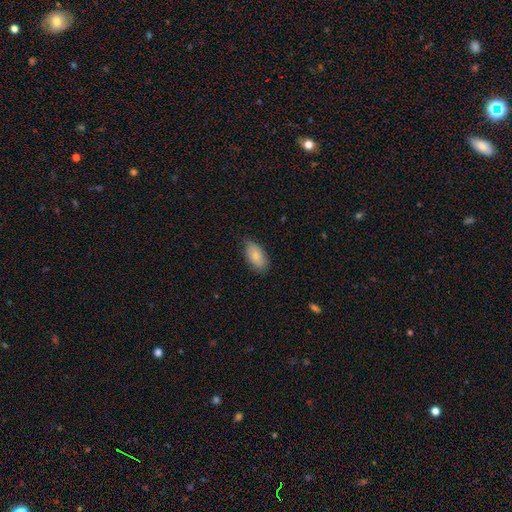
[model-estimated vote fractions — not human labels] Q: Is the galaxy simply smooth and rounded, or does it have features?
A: smooth — 82%.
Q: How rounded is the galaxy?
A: in between — 93%.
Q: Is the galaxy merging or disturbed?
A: none — 78%.